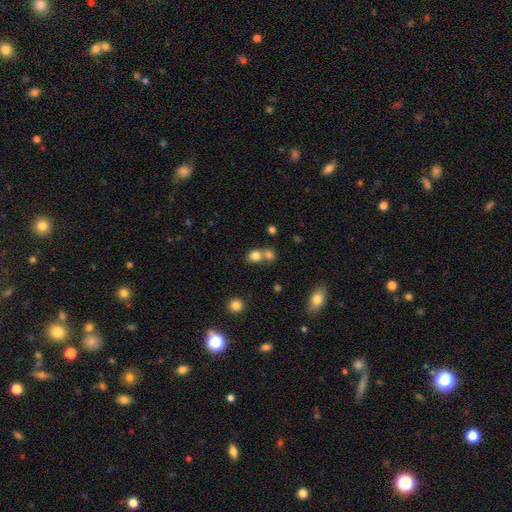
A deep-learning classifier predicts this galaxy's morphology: This is clearly a smooth galaxy (80%). How rounded: likely round (67%). Merging: possibly merger (45%).